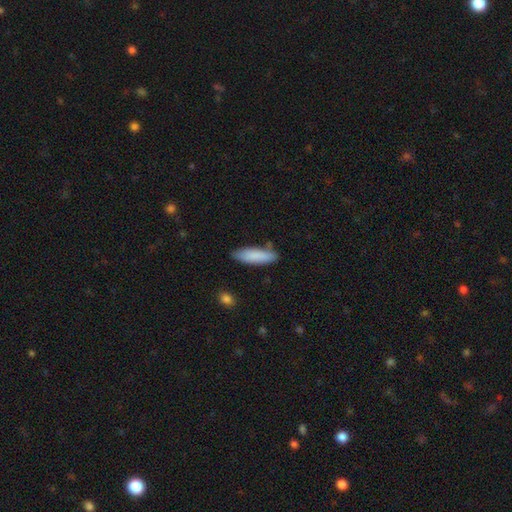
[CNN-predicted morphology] Q: Smooth or featured?
A: smooth (86%); runner-up: featured or disk (8%)
Q: How rounded?
A: cigar-shaped (57%); runner-up: in between (42%)
Q: Merging?
A: none (78%); runner-up: minor disturbance (16%)